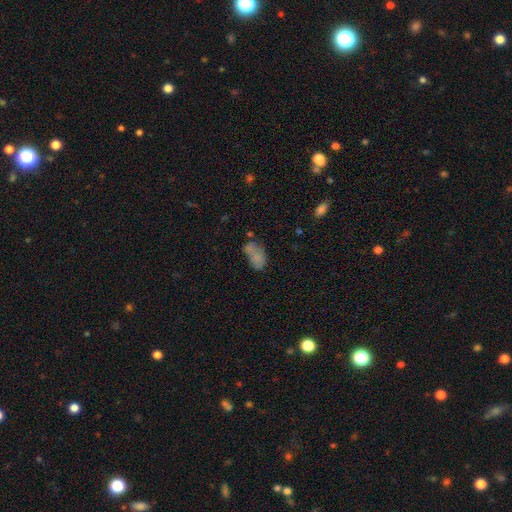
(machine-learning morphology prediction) smooth 71%, featured or disk 16%, star or artifact 13%. Down the decision tree: how rounded — in between (88%); merging — none (38%).